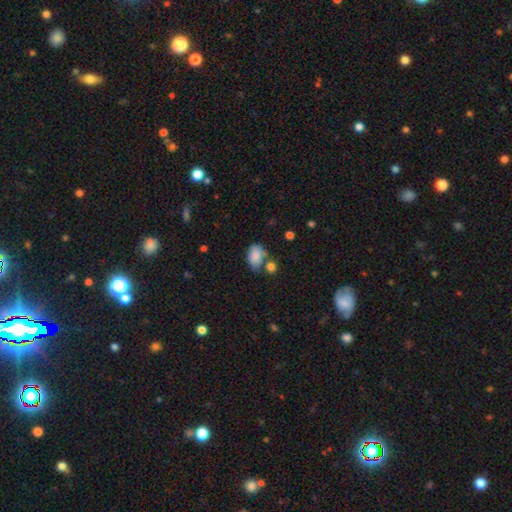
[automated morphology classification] The model was most divided on "merging": none: 48%, merger: 23%, minor disturbance: 22%, major disturbance: 7%. More confident: how rounded — in between (85%); smooth or featured — smooth (82%).